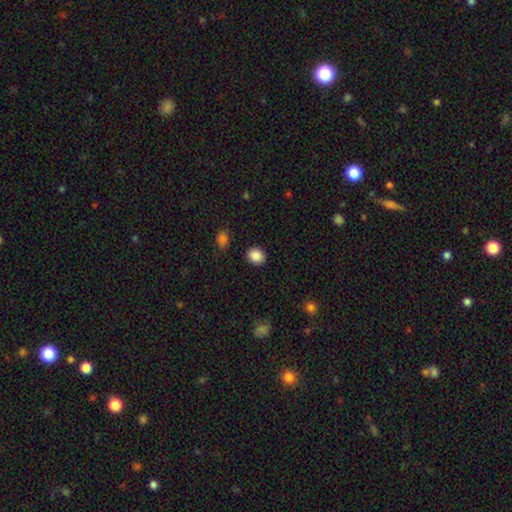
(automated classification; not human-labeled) Q: Smooth or featured?
A: smooth (88%); runner-up: star or artifact (9%)
Q: How rounded?
A: round (61%); runner-up: in between (38%)
Q: Merging?
A: none (90%); runner-up: minor disturbance (7%)